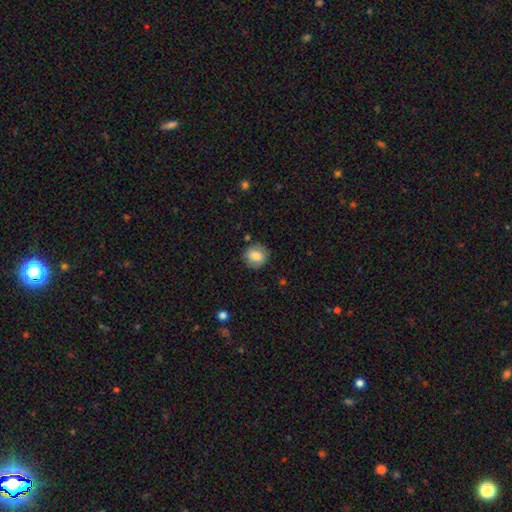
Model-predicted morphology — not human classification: A smooth galaxy with no disk features (82%) that is round (84%). Merging: none (83%).